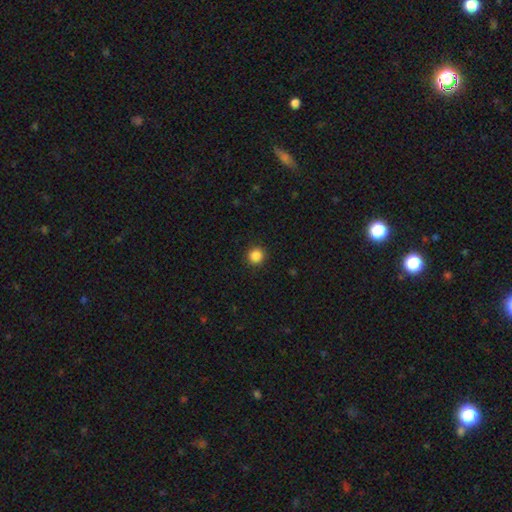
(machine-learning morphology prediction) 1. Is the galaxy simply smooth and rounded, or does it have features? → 86% smooth, 11% star or artifact, 3% featured or disk.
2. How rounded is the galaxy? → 94% round, 5% in between, 1% cigar-shaped.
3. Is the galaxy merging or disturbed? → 92% none, 5% minor disturbance, 2% major disturbance, 1% merger.